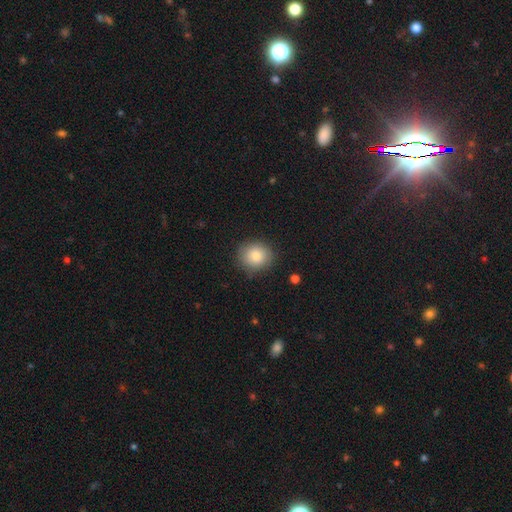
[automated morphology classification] Smooth or featured: smooth — 83% (featured or disk — 9%)
How rounded: round — 81% (in between — 18%)
Merging: none — 82% (minor disturbance — 14%)